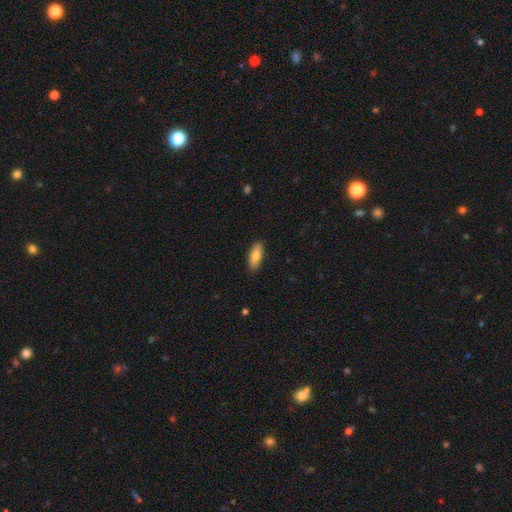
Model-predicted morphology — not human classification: smooth 82%, featured or disk 12%, star or artifact 6%. Down the decision tree: how rounded — in between (74%); merging — none (88%).